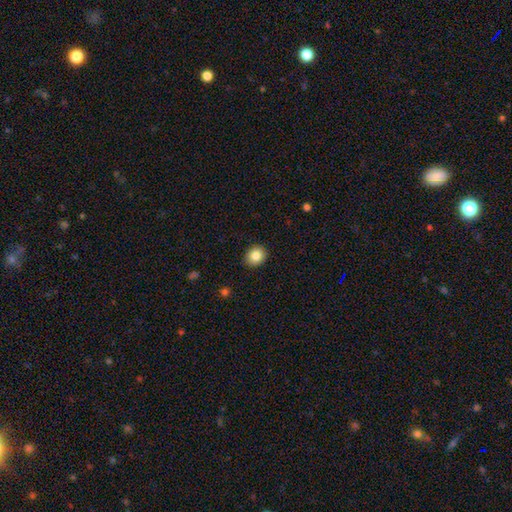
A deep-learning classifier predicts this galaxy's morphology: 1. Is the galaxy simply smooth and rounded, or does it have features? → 85% smooth, 9% star or artifact, 6% featured or disk.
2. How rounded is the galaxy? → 68% round, 31% in between, 1% cigar-shaped.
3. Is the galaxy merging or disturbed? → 90% none, 7% minor disturbance, 2% major disturbance, 1% merger.